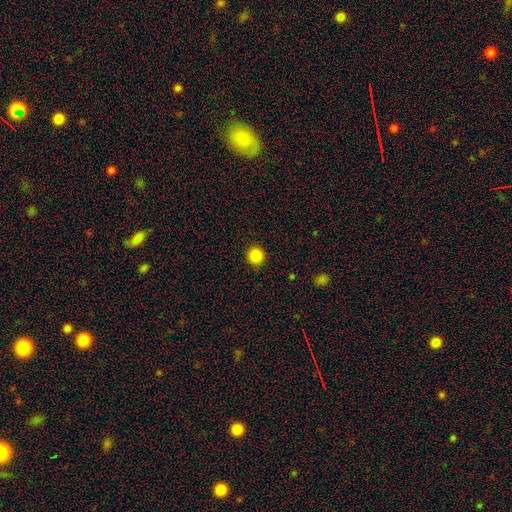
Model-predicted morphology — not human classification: Q: Smooth or featured?
A: smooth (87%); runner-up: star or artifact (10%)
Q: How rounded?
A: round (93%); runner-up: in between (6%)
Q: Merging?
A: none (92%); runner-up: minor disturbance (5%)